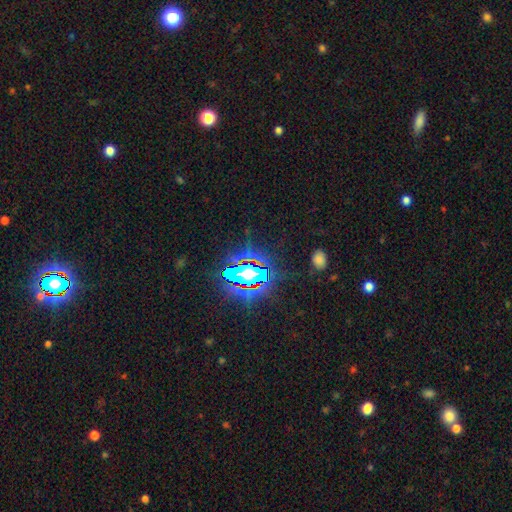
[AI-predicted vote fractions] smooth-or-featured: star or artifact: 82% | smooth: 10% | featured or disk: 7%